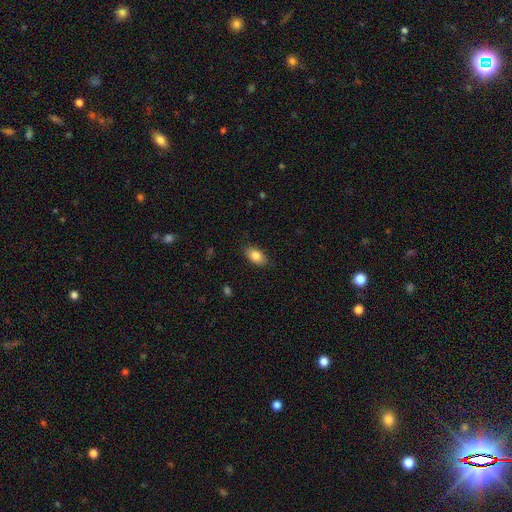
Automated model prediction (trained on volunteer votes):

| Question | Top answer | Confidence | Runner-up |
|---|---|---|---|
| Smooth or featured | smooth | 84% | featured or disk (9%) |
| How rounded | in between | 91% | round (6%) |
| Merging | none | 85% | minor disturbance (12%) |